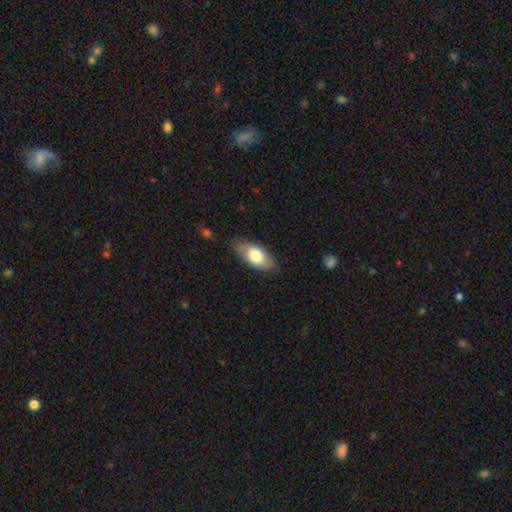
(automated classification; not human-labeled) A smooth galaxy with no disk features (74%) that is in between round and cigar-shaped (88%). Merging: none (80%).